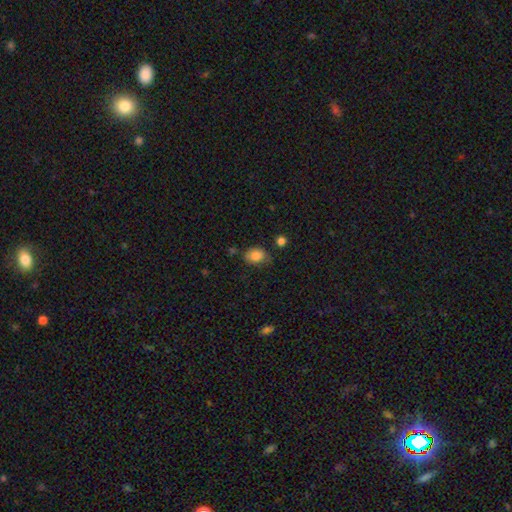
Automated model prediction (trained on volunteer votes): A smooth galaxy with no disk features (85%) that is in between round and cigar-shaped (69%). Merging: none (66%).